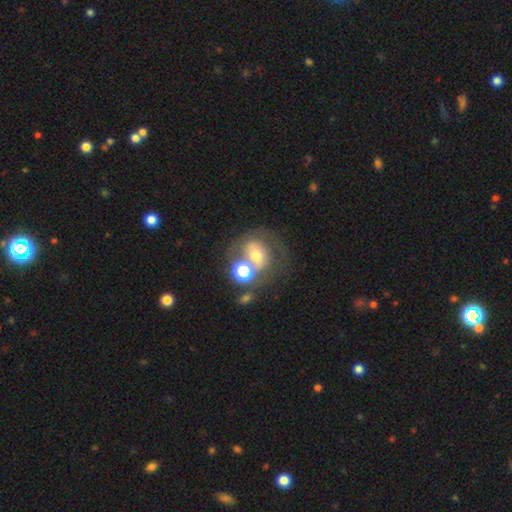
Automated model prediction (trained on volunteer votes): Morphology: type=featured or disk (44%); merging=merger (36%, tied with none).